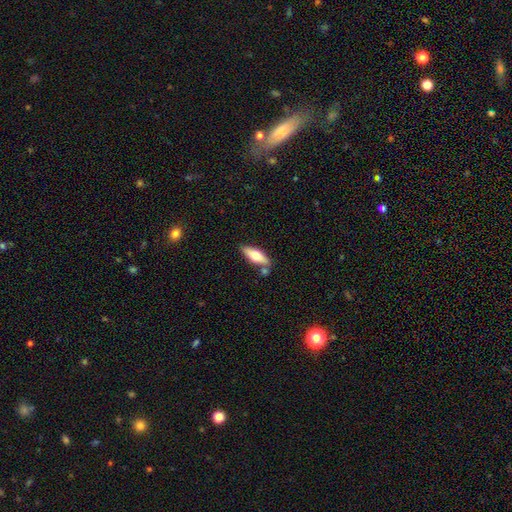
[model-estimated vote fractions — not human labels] Smooth or featured? Predicted: smooth (p=0.58). How rounded? Predicted: in between (p=0.57). Merging? Predicted: none (p=0.73).